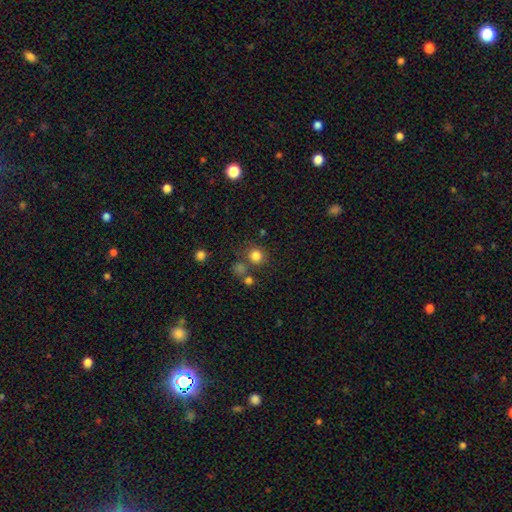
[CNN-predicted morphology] Smooth or featured: smooth — 80% (star or artifact — 14%)
How rounded: round — 89% (in between — 10%)
Merging: none — 73% (merger — 13%)